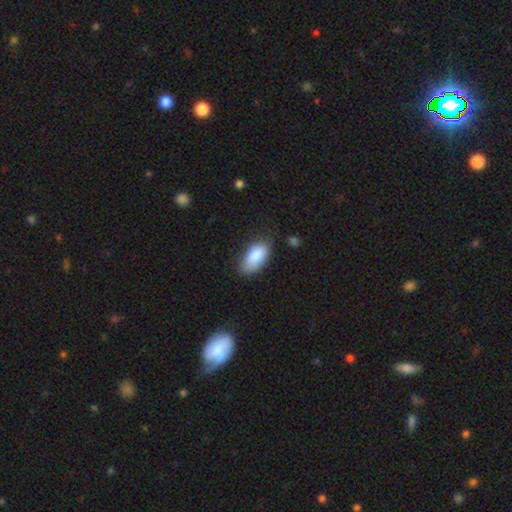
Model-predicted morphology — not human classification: A smooth galaxy with no disk features (86%) that is in between round and cigar-shaped (93%). Merging: none (71%).